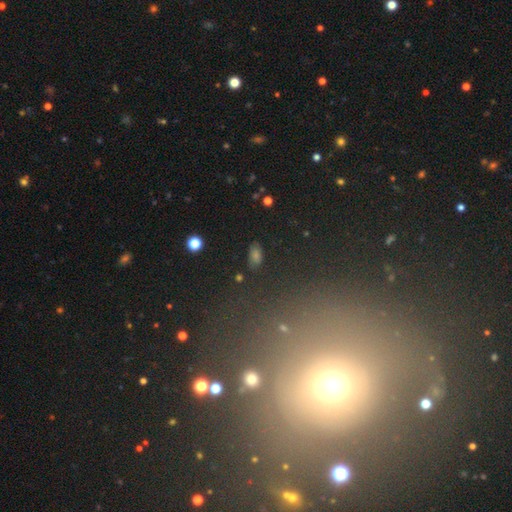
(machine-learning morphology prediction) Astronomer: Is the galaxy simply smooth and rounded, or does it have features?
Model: smooth — 60%.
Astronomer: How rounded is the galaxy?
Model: in between — 85%.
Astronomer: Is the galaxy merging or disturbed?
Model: none — 83%.